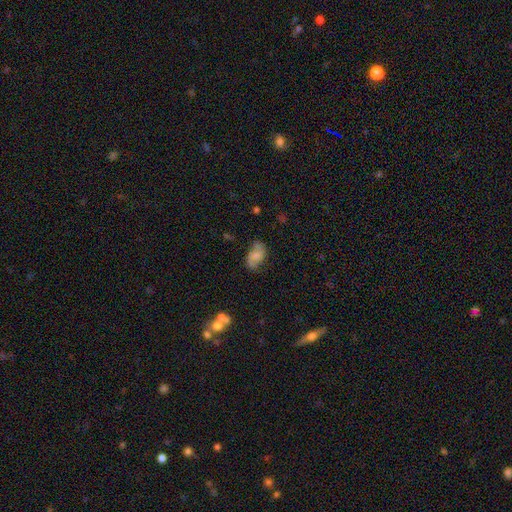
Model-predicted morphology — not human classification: Smooth or featured? Predicted: smooth (p=0.49). Merging? Predicted: none (p=0.65).